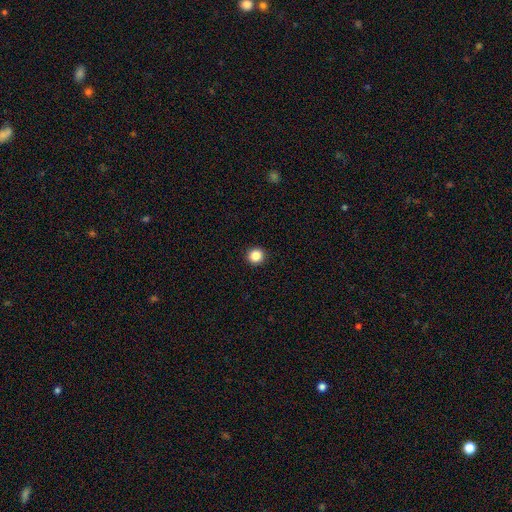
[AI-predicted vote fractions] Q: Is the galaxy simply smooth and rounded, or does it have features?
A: smooth — 86%.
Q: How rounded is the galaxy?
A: round — 95%.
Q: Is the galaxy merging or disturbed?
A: none — 94%.